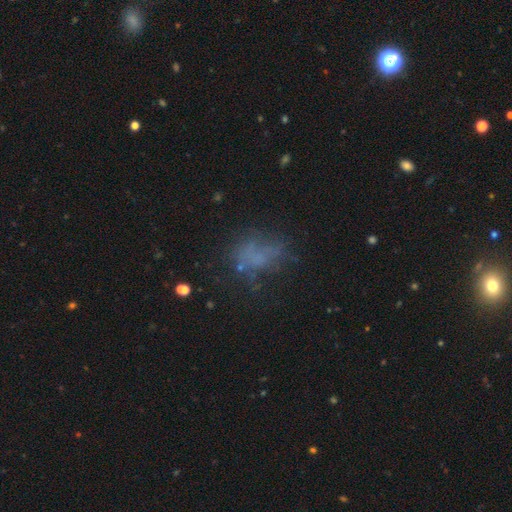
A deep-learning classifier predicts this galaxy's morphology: A smooth galaxy with no disk features (45%). Merging: none (47%).